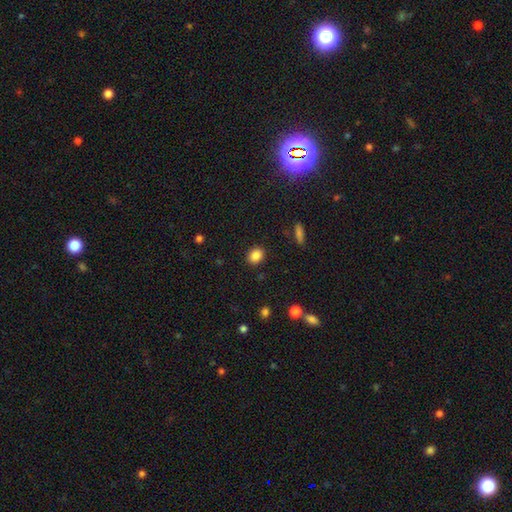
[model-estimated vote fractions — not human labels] Overall: smooth (85%). How rounded: round (55%; in between 44%). Merging: none (89%).